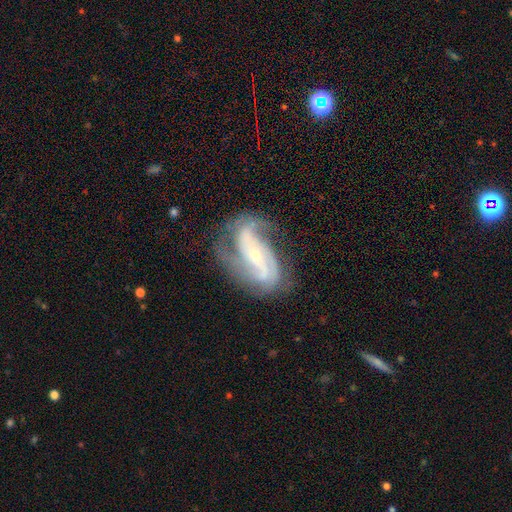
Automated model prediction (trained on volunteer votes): A featured or disk galaxy (87%) with a strong bar (35%), 2 (49%) medium (46%) spiral arms (95%) and a small central bulge (71%).

Vote fractions:
- Smooth or featured? featured or disk: 87% / smooth: 7% / star or artifact: 6%
- Edge-on disk? no: 96% / yes: 4%
- Bar? strong: 35% / weak: 33% / no: 32%
- Spiral arms? yes: 95% / no: 5%
- Spiral winding? medium: 46% / tight: 32% / loose: 23%
- Spiral arm count? 2: 49% / 3: 23% / can't tell: 15% / 4: 5% / 1: 4% / more than 4: 4%
- Bulge size? small: 71% / moderate: 26% / large: 1% / none: 1% / dominant: 1%
- Merging? none: 58% / minor disturbance: 23% / major disturbance: 16% / merger: 3%